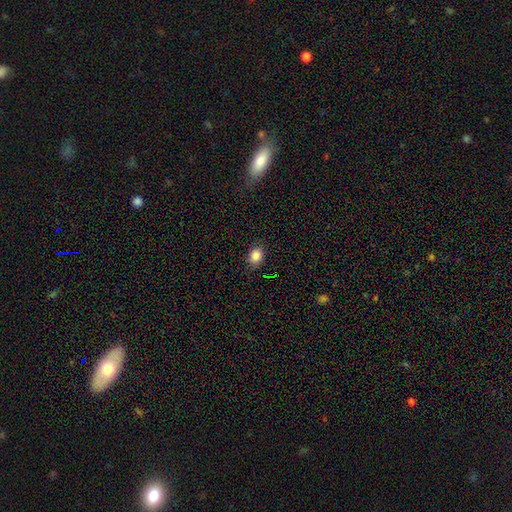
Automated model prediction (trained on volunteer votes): This is clearly a smooth galaxy (85%). How rounded: possibly in between (59%). Merging: clearly none (85%).